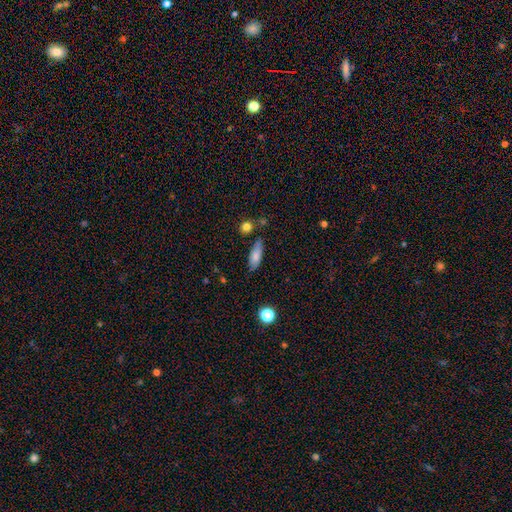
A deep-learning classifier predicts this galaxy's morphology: A smooth galaxy with no disk features (78%) that is in between round and cigar-shaped (66%). Merging: none (72%).